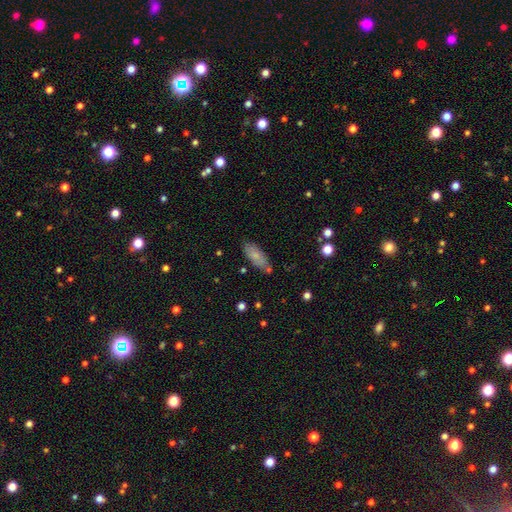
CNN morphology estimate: A smooth galaxy with no disk features (77%) that is in between round and cigar-shaped (77%).

Vote fractions:
- Smooth or featured? smooth: 77% / featured or disk: 16% / star or artifact: 7%
- How rounded? in between: 77% / cigar-shaped: 21% / round: 2%
- Merging? none: 73% / minor disturbance: 17% / merger: 6% / major disturbance: 4%